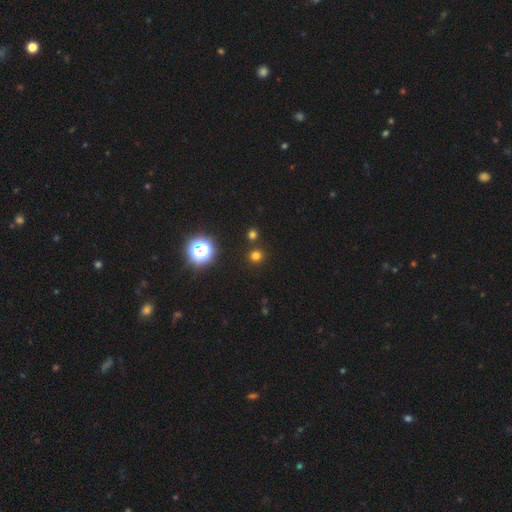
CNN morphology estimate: Smooth or featured? smooth (69%)
How rounded? round (92%)
Merging? none (86%)